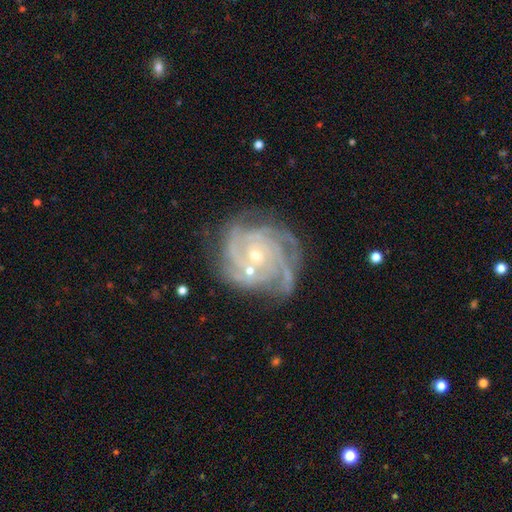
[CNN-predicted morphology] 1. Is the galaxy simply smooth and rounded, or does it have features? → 88% featured or disk, 7% star or artifact, 5% smooth.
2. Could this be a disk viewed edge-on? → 97% no, 3% yes.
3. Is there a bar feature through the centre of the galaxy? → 71% no, 23% weak, 6% strong.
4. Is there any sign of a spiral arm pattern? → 97% yes, 3% no.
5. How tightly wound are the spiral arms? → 72% tight, 24% medium, 4% loose.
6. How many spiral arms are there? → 35% 4, 25% 3, 16% can't tell, 11% more than 4, 7% 2, 5% 1.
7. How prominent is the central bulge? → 65% small, 31% moderate, 1% none, 1% large, 1% dominant.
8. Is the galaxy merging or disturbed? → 63% none, 19% minor disturbance, 10% merger, 8% major disturbance.